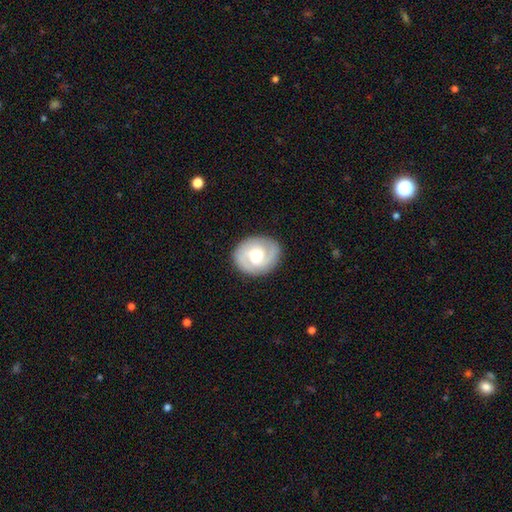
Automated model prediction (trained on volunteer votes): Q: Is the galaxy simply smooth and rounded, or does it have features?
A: featured or disk — 74%.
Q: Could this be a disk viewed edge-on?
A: no — 98%.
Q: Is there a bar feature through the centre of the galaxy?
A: no — 56%.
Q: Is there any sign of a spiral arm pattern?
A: yes — 92%.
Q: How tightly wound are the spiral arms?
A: tight — 52%.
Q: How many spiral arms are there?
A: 2 — 72%.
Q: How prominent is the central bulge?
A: moderate — 61%.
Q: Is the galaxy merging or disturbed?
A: none — 85%.